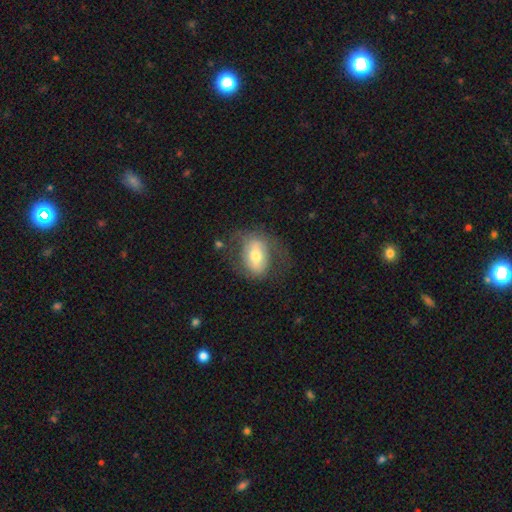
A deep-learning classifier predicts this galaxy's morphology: This appears to be a featured or disk galaxy (48%). Merging: none (59%).